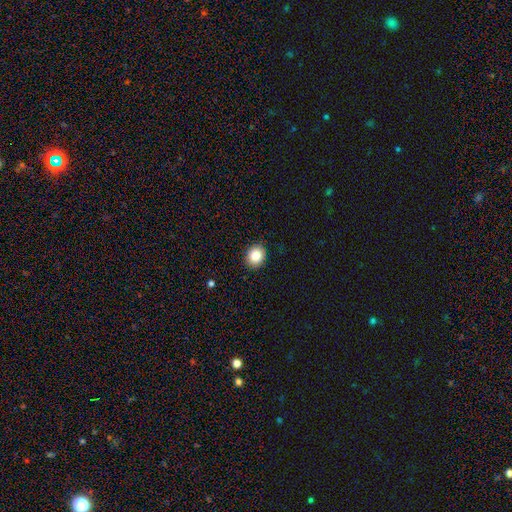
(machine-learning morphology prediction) A smooth galaxy with no disk features (84%) that is round (68%). Merging: none (91%).